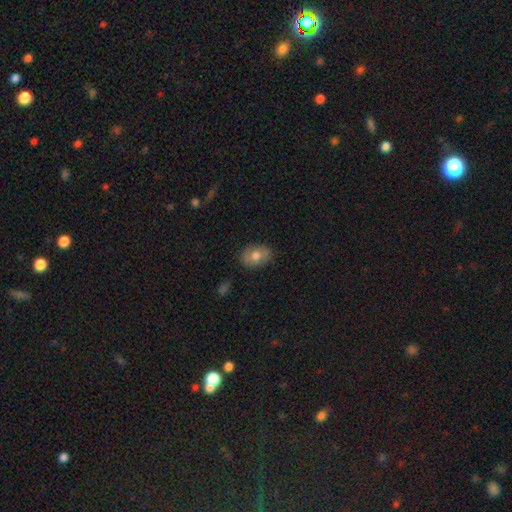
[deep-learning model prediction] Smooth or featured: smooth — 76% (featured or disk — 17%)
How rounded: in between — 77% (round — 22%)
Merging: none — 83% (minor disturbance — 13%)